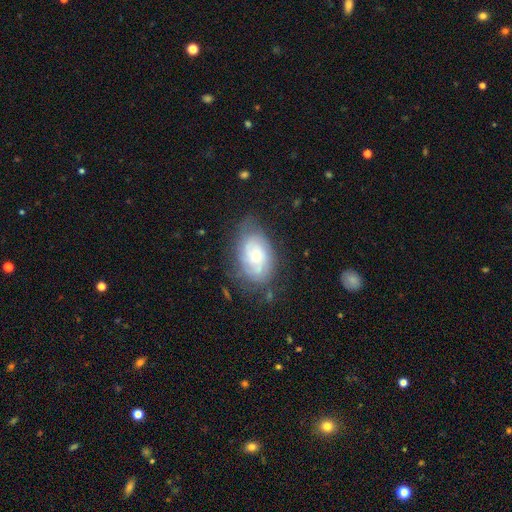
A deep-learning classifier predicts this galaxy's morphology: This is likely a featured or disk galaxy (69%). It is clearly not viewed edge-on (95%). Bar: likely no (74%). Spiral arm pattern: clearly yes (86%). Spiral arm count: marginally can't tell (42%). Spiral winding: likely tight (61%). Central bulge: possibly small (50%). Merging: likely none (68%).